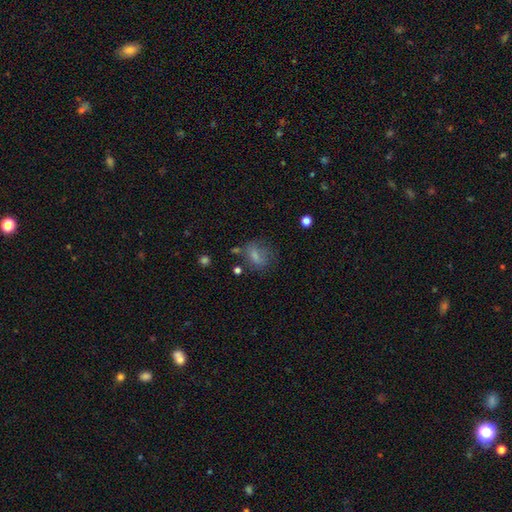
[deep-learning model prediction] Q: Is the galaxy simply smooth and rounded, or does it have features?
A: smooth — 67%.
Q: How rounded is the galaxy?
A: in between — 65%.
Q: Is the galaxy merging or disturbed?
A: none — 52%.